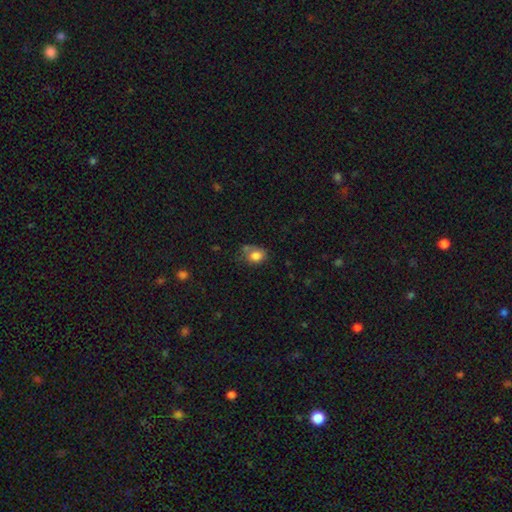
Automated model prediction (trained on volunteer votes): Overall: smooth (80%). How rounded: in between (52%; round 47%). Merging: none (46%; minor disturbance 29%).